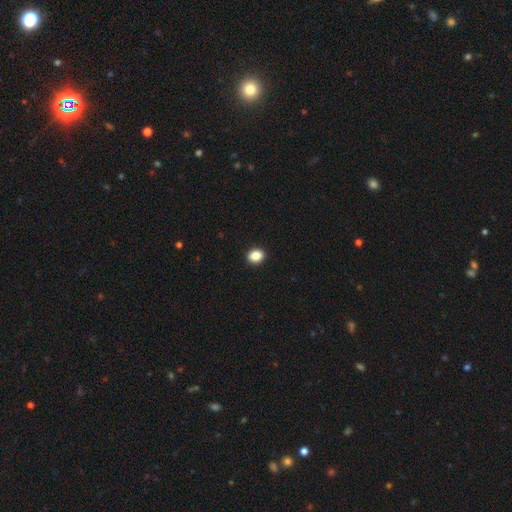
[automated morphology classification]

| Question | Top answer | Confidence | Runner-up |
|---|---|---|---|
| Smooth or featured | smooth | 86% | star or artifact (10%) |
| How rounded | round | 65% | in between (34%) |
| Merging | none | 93% | minor disturbance (5%) |